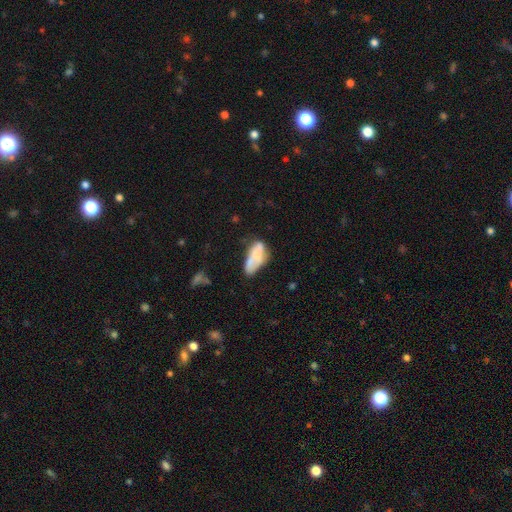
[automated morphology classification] This appears to be a smooth galaxy with no disk features (59%) that is in between round and cigar-shaped (86%). Merging: none (33%).